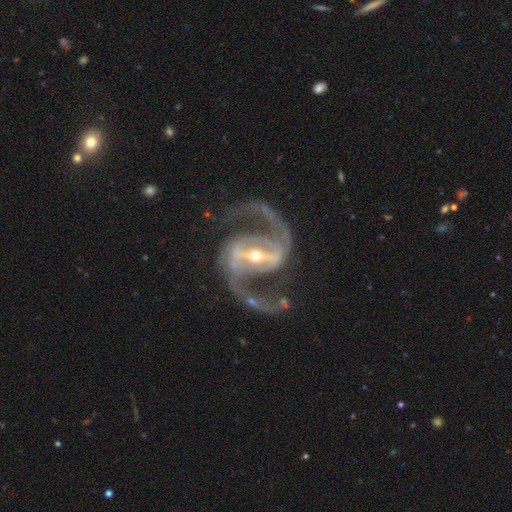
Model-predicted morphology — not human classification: This is clearly a featured or disk galaxy (94%). It is clearly not viewed edge-on (98%). Bar: likely strong (72%). Spiral arm pattern: clearly yes (98%). Spiral arm count: clearly 2 (94%). Spiral winding: likely medium (61%). Central bulge: possibly small (60%). Merging: likely none (77%).